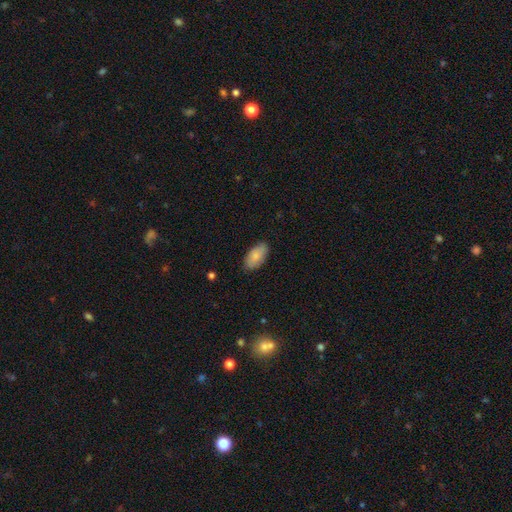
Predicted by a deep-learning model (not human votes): Smooth or featured: smooth — 83% (featured or disk — 10%)
How rounded: in between — 95% (round — 3%)
Merging: none — 82% (minor disturbance — 14%)